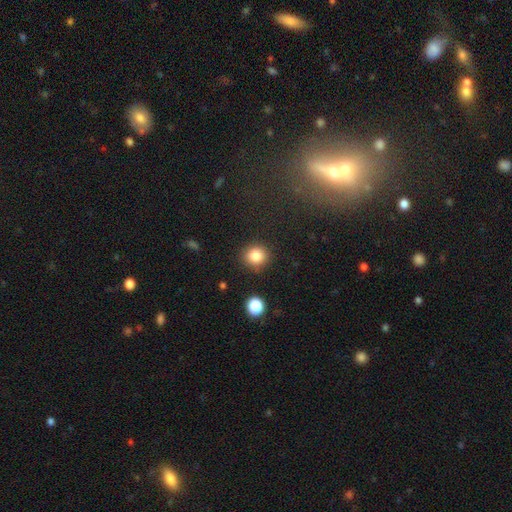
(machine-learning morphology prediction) A smooth galaxy with no disk features (83%) that is round (86%). Merging: none (87%).